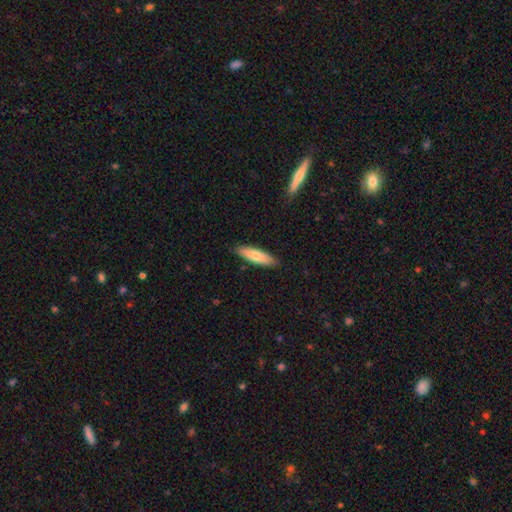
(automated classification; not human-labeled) smooth-or-featured: smooth: 74% | featured or disk: 21% | star or artifact: 5%
  how-rounded: cigar-shaped: 66% | in between: 32% | round: 2%
  merging: none: 89% | minor disturbance: 9% | major disturbance: 2% | merger: 1%